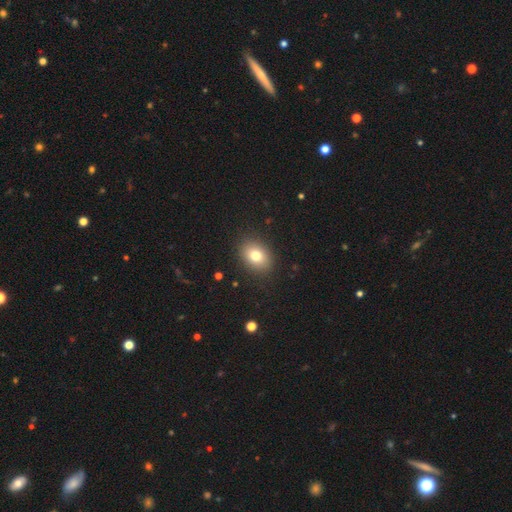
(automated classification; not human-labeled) A smooth galaxy with no disk features (79%) that is in between round and cigar-shaped (67%). Merging: none (88%).